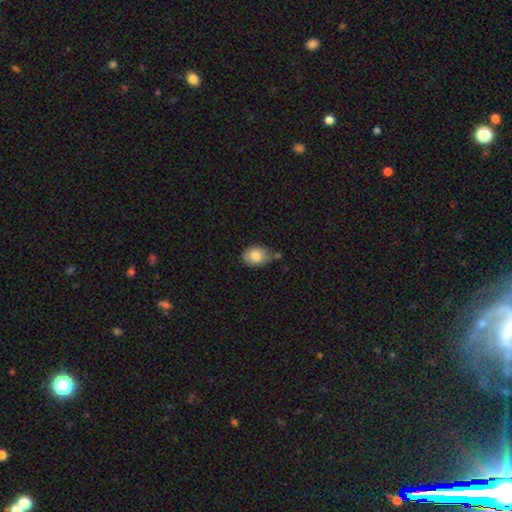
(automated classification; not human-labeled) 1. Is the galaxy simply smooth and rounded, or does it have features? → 81% smooth, 12% featured or disk, 8% star or artifact.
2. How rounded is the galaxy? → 75% in between, 24% round, 1% cigar-shaped.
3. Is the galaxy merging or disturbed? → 66% none, 23% minor disturbance, 7% merger, 4% major disturbance.